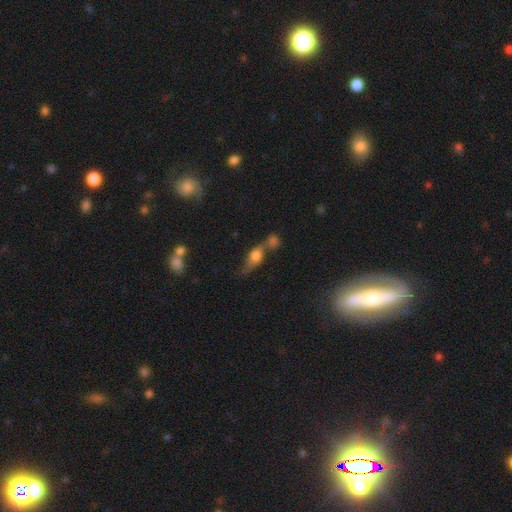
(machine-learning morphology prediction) type=featured or disk (49%); merging=merger (45%).